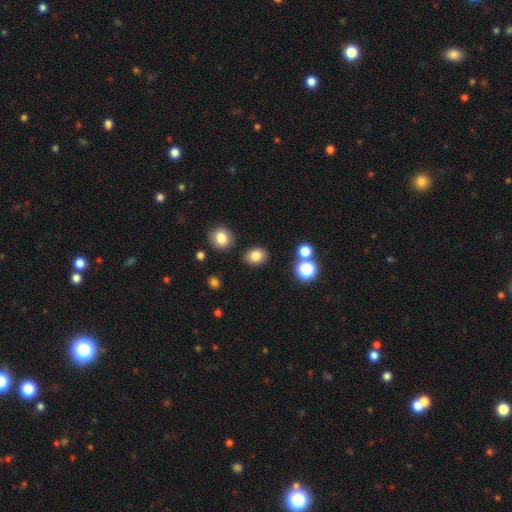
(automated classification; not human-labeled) smooth_or_featured: smooth (p=0.82) [alt: star or artifact p=0.11]
how_rounded: in between (p=0.58) [alt: round p=0.41]
merging: none (p=0.84) [alt: minor disturbance p=0.09]